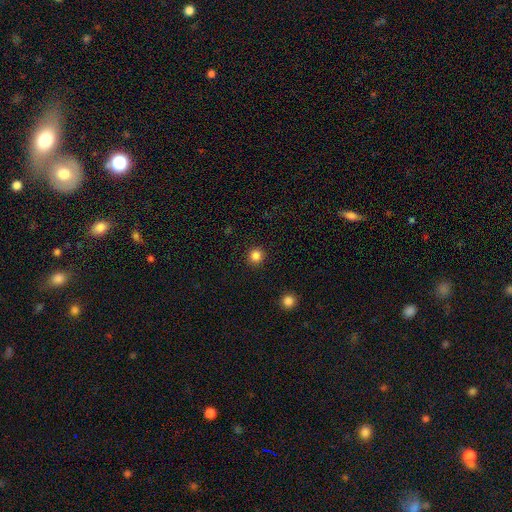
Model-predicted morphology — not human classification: Smooth or featured?
  - smooth: 84% *
  - star or artifact: 12%
  - featured or disk: 4%
How rounded?
  - round: 94% *
  - in between: 5%
  - cigar-shaped: 1%
Merging?
  - none: 92% *
  - minor disturbance: 5%
  - major disturbance: 2%
  - merger: 1%